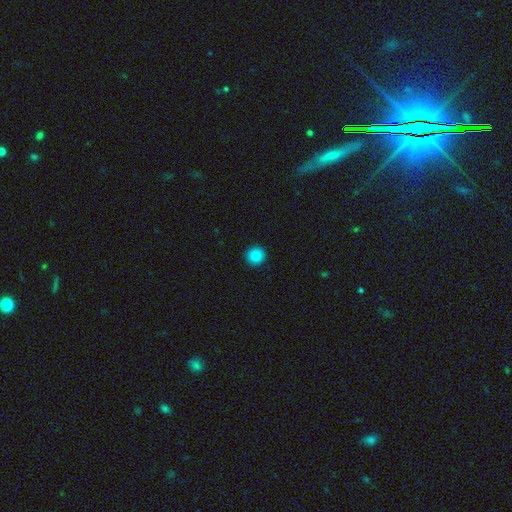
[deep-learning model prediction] Smooth or featured? smooth (86%)
How rounded? round (95%)
Merging? none (93%)